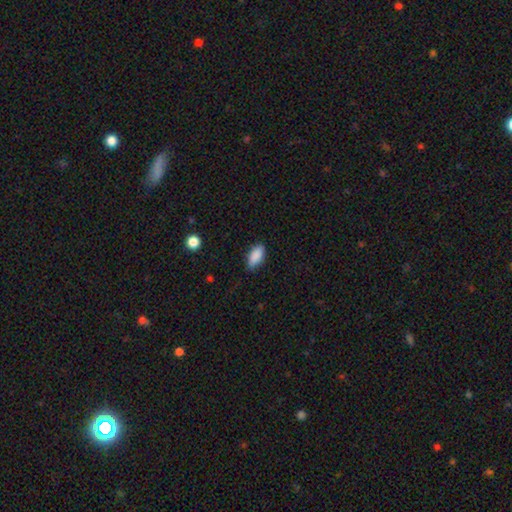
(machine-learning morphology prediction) Smooth or featured: smooth — 89% (star or artifact — 7%)
How rounded: in between — 91% (cigar-shaped — 6%)
Merging: none — 80% (minor disturbance — 16%)